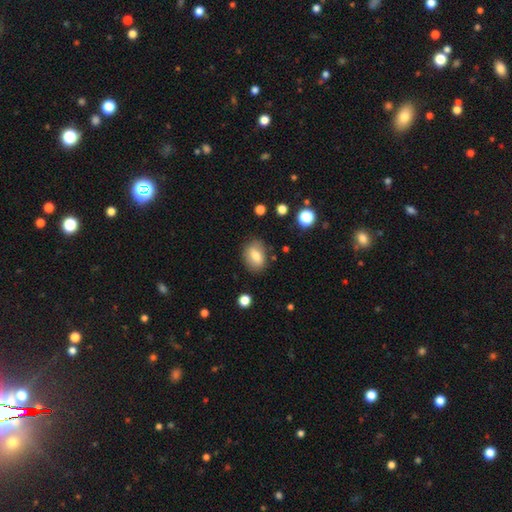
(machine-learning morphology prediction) Smooth or featured? Predicted: smooth (p=0.76). How rounded? Predicted: in between (p=0.74). Merging? Predicted: none (p=0.81).